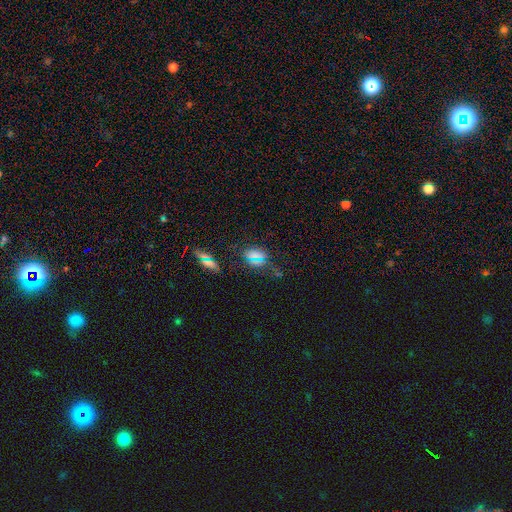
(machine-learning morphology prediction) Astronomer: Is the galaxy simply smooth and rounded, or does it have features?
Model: smooth — 52% (runner-up: star or artifact, 39%).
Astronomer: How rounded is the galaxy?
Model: in between — 73%.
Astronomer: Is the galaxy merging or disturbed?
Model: none — 71%.